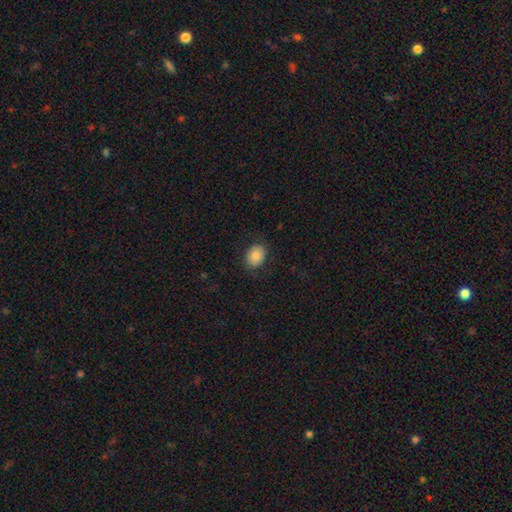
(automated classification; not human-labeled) Smooth or featured? Predicted: smooth (p=0.84). How rounded? Predicted: in between (p=0.61). Merging? Predicted: none (p=0.82).